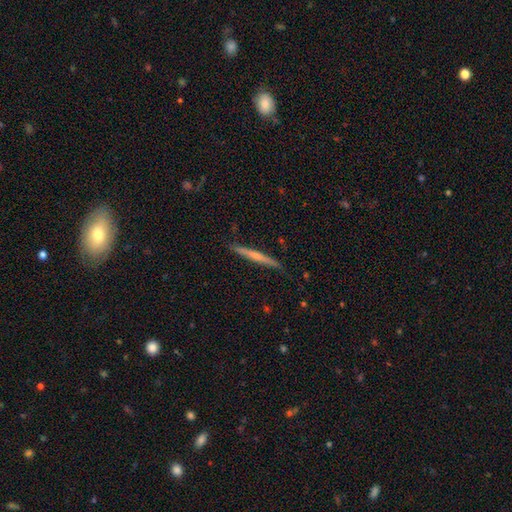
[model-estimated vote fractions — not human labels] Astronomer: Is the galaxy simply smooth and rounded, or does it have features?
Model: featured or disk — 55% (runner-up: smooth, 39%).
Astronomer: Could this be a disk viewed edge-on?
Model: yes — 98%.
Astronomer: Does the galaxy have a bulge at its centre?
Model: none — 51% (runner-up: rounded, 42%).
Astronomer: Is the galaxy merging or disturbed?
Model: none — 90%.